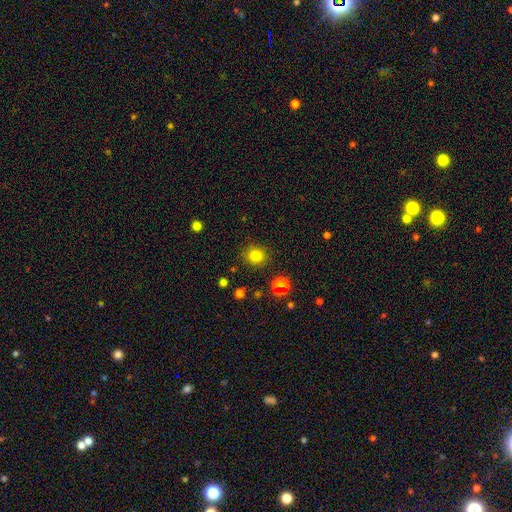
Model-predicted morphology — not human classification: This appears to be a smooth galaxy with no disk features (81%) that is round (88%). Merging: none (88%).